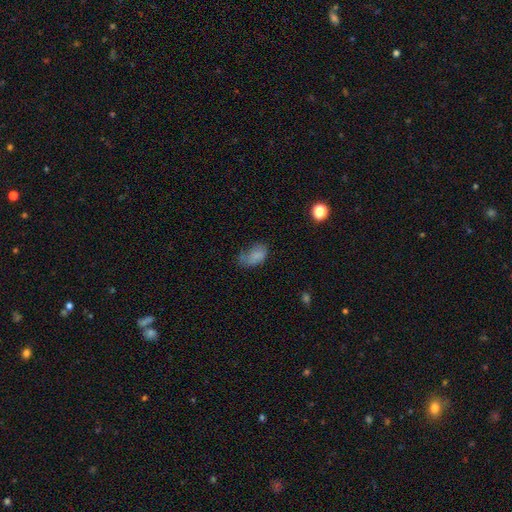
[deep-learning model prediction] smooth 74%, featured or disk 15%, star or artifact 11%. Down the decision tree: how rounded — in between (90%); merging — none (38%).